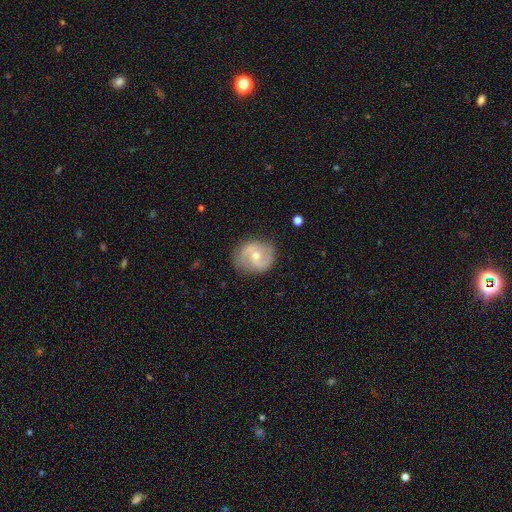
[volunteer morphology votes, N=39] Overall: featured or disk (72%). Edge-on disk: no (100%). Bar: no (50%; weak 32%). Spiral arms: yes (100%). Spiral arm count: 2 (93%). Spiral winding: medium (61%; tight 36%). Bulge size: moderate (57%; small 36%). Merging: none (65%).